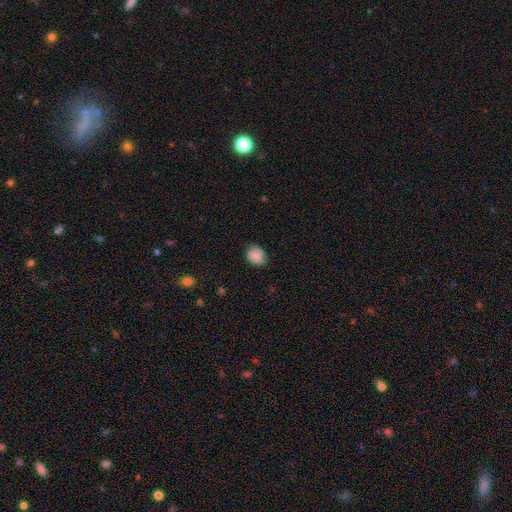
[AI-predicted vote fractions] smooth-or-featured: smooth: 81% | featured or disk: 11% | star or artifact: 8%
  how-rounded: round: 53% | in between: 46% | cigar-shaped: 1%
  merging: none: 73% | minor disturbance: 22% | major disturbance: 4% | merger: 1%